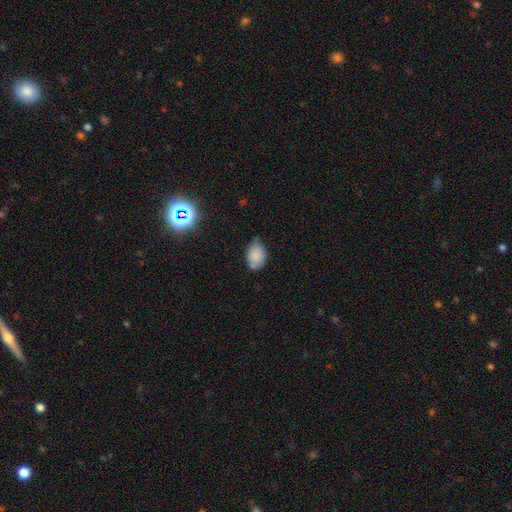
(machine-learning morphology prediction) A smooth galaxy with no disk features (85%) that is in between round and cigar-shaped (79%). Merging: none (62%).